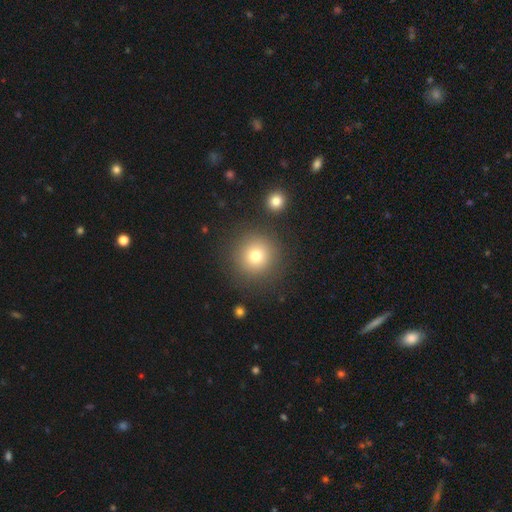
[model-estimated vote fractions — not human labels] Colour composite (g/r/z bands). It shows a smooth galaxy with no disk features (76%) that is round (94%). Merging: none (86%).